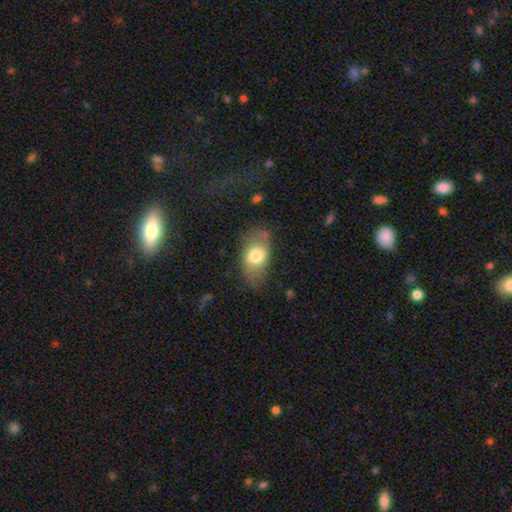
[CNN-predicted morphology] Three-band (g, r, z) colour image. It shows a smooth galaxy with no disk features (72%) that is in between round and cigar-shaped (89%). Merging: none (68%).